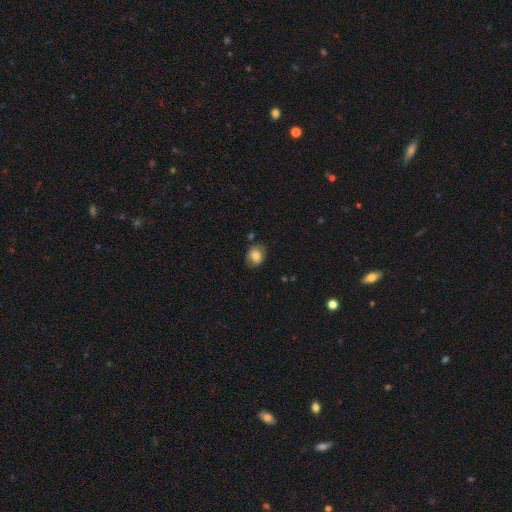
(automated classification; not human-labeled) Smooth or featured?
  - smooth: 76% *
  - featured or disk: 15%
  - star or artifact: 9%
How rounded?
  - round: 58% *
  - in between: 41%
  - cigar-shaped: 1%
Merging?
  - none: 76% *
  - minor disturbance: 18%
  - major disturbance: 4%
  - merger: 3%